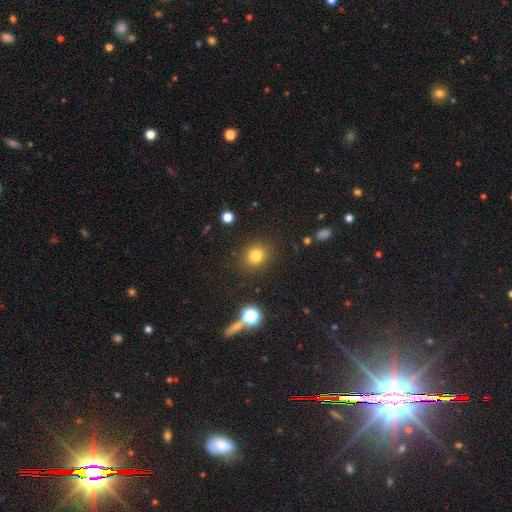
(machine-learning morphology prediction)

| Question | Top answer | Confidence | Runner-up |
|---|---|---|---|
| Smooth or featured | smooth | 80% | star or artifact (14%) |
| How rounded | round | 79% | in between (20%) |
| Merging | none | 87% | minor disturbance (8%) |